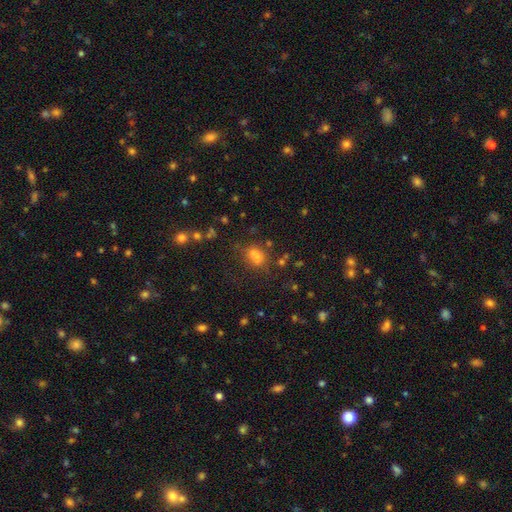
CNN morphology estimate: This appears to be a smooth galaxy with no disk features (66%) that is in between round and cigar-shaped (70%). Merging: none (58%).